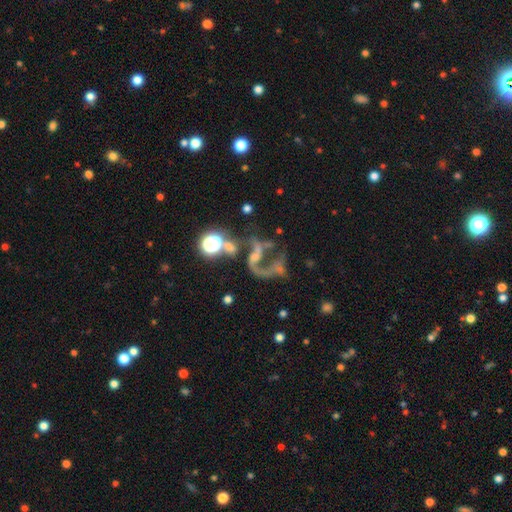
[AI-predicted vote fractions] Smooth or featured: featured or disk — 71% (star or artifact — 18%)
Edge-on disk: no — 97% (yes — 3%)
Bar: no — 45% (weak — 31%)
Spiral arms: yes — 80% (no — 20%)
Spiral winding: loose — 68% (medium — 25%)
Spiral arm count: 2 — 65% (1 — 25%)
Bulge size: small — 42% (none — 32%)
Merging: major disturbance — 34% (none — 32%)